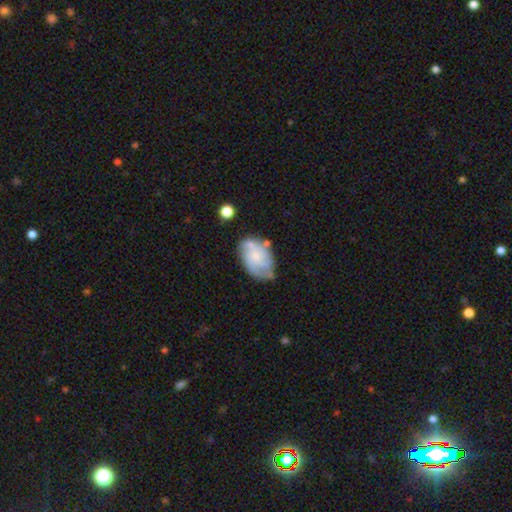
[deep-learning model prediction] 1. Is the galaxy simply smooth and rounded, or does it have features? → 68% featured or disk, 25% smooth, 7% star or artifact.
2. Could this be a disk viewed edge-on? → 97% no, 3% yes.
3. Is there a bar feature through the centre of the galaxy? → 74% no, 23% weak, 3% strong.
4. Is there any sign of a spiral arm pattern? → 90% yes, 10% no.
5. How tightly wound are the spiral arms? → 44% tight, 40% medium, 16% loose.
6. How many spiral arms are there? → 30% can't tell, 27% 2, 26% 3, 8% 4, 5% 1, 4% more than 4.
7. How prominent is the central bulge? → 66% small, 18% moderate, 13% none, 2% large, 1% dominant.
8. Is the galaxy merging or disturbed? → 58% none, 26% minor disturbance, 10% major disturbance, 6% merger.